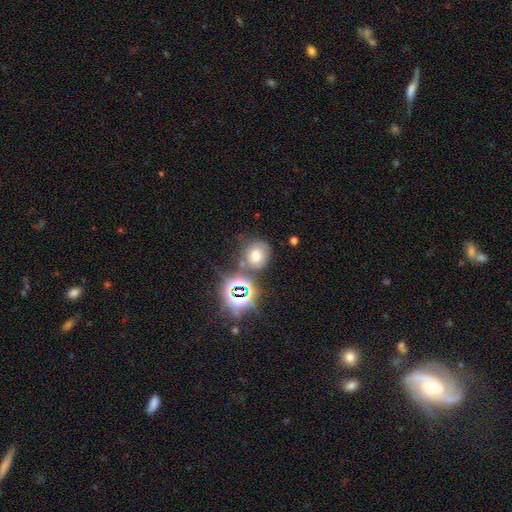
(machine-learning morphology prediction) Smooth or featured?
  - smooth: 54% *
  - star or artifact: 30%
  - featured or disk: 15%
How rounded?
  - round: 71% *
  - in between: 28%
  - cigar-shaped: 1%
Merging?
  - none: 61% *
  - minor disturbance: 17%
  - merger: 14%
  - major disturbance: 8%